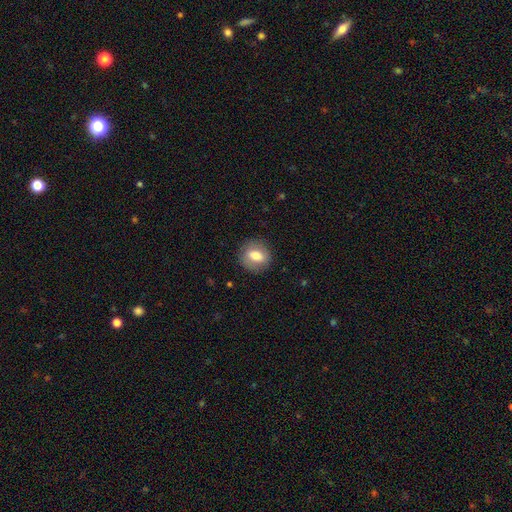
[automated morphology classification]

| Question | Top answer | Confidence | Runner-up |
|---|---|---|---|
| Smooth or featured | smooth | 69% | featured or disk (23%) |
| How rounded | round | 61% | in between (38%) |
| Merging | none | 84% | minor disturbance (11%) |